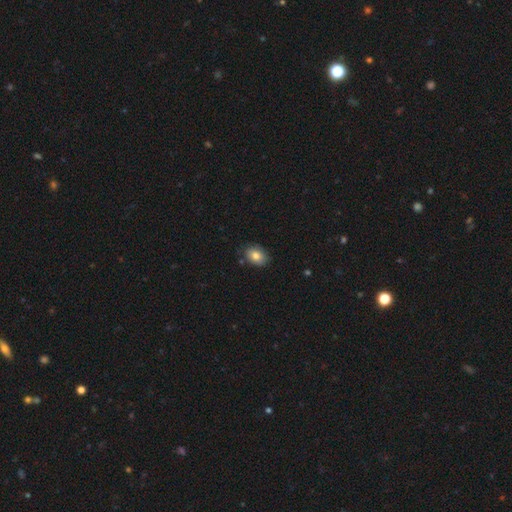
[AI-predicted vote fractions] Smooth or featured? Predicted: smooth (p=0.82). How rounded? Predicted: in between (p=0.76). Merging? Predicted: none (p=0.82).